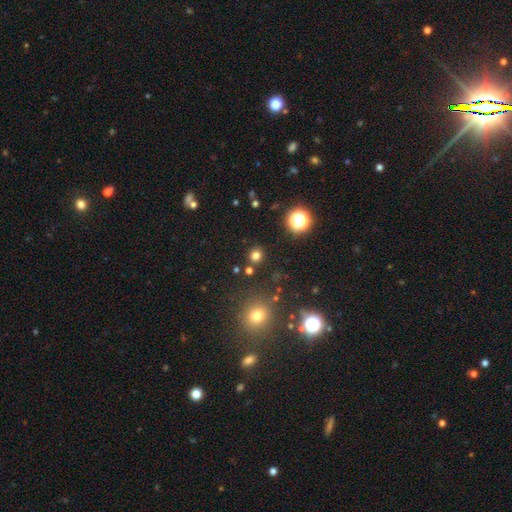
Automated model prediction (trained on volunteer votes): Smooth or featured: smooth — 74% (star or artifact — 21%)
How rounded: round — 89% (in between — 10%)
Merging: none — 87% (minor disturbance — 6%)